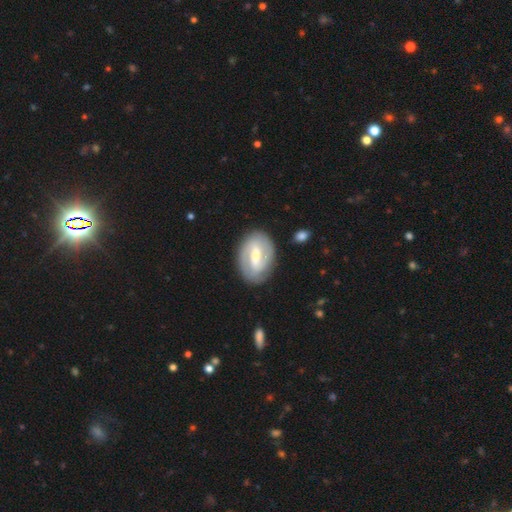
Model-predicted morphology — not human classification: The model was most divided on "bar": strong: 46%, weak: 43%, no: 11%. Remaining: edge-on disk — no (96%); spiral arms — yes (85%); merging — none (83%); spiral arm count — 2 (80%); smooth or featured — featured or disk (76%); bulge size — moderate (54%); spiral winding — tight (44%).